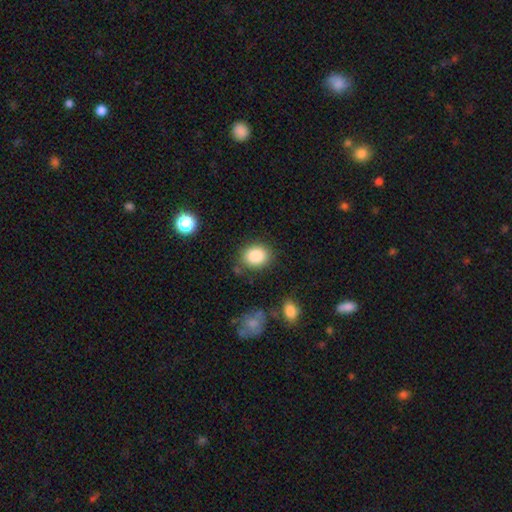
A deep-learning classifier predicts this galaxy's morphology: This appears to be a smooth galaxy with no disk features (87%) that is round (57%). Merging: none (79%).